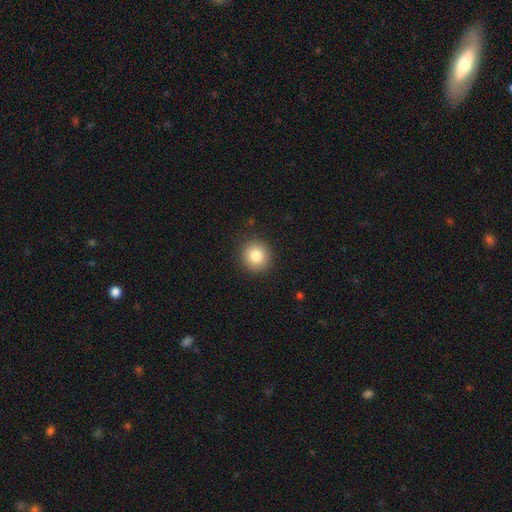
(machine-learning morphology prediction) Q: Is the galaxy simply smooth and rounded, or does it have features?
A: smooth — 83%.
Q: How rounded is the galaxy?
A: round — 91%.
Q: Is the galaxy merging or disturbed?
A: none — 89%.